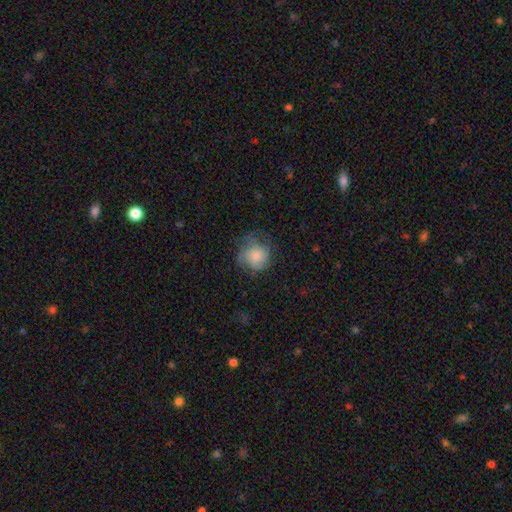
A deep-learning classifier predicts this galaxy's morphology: Smooth or featured: smooth — 66% (featured or disk — 26%)
How rounded: round — 82% (in between — 17%)
Merging: none — 51% (minor disturbance — 28%)